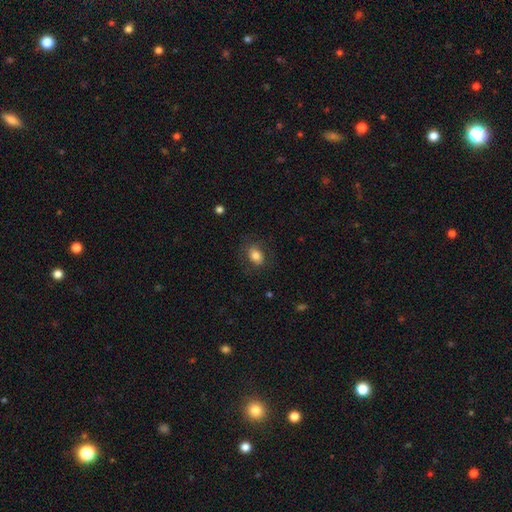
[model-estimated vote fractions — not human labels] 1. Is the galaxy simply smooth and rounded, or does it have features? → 79% smooth, 12% featured or disk, 9% star or artifact.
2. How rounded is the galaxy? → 76% in between, 22% round, 1% cigar-shaped.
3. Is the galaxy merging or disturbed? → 78% none, 15% minor disturbance, 7% major disturbance, 1% merger.